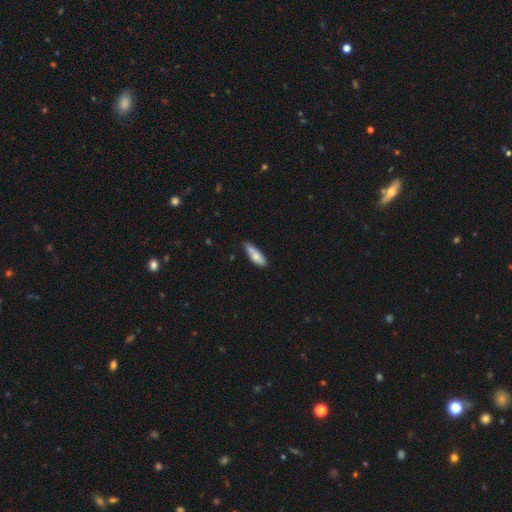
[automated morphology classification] This is likely a smooth galaxy (76%). How rounded: possibly in between (56%). Merging: likely none (68%).